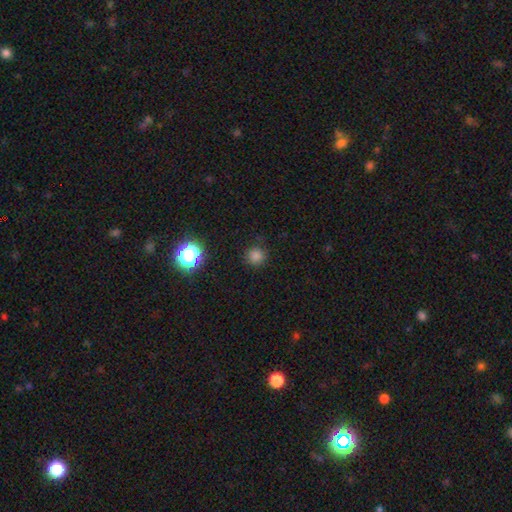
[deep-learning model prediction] A smooth galaxy with no disk features (78%) that is round (93%). Merging: none (87%).